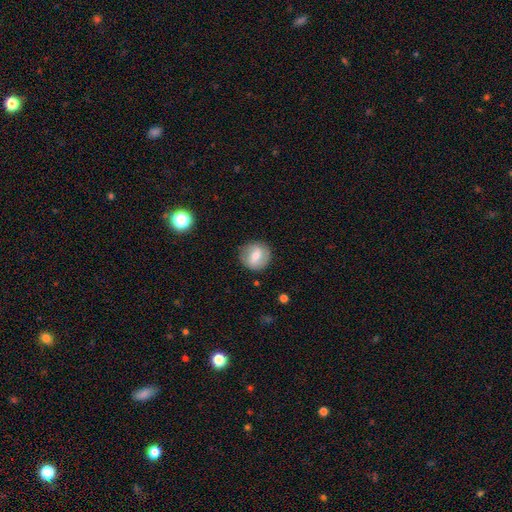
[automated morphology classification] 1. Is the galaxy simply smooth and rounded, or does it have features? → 54% smooth, 39% featured or disk, 8% star or artifact.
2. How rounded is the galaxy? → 88% round, 11% in between, 1% cigar-shaped.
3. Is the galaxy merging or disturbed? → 84% none, 11% minor disturbance, 3% major disturbance, 1% merger.